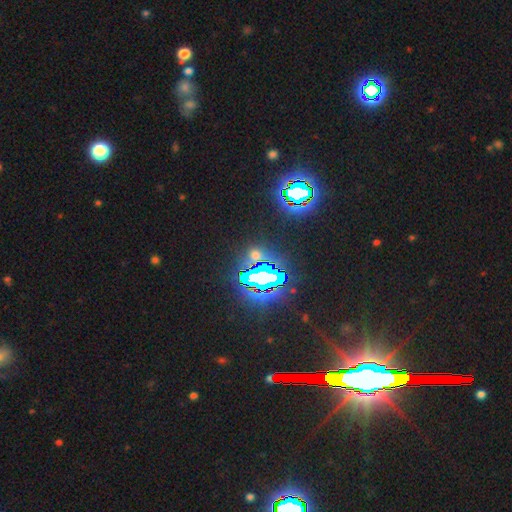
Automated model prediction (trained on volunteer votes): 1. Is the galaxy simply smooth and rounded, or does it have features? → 69% star or artifact, 21% smooth, 9% featured or disk.